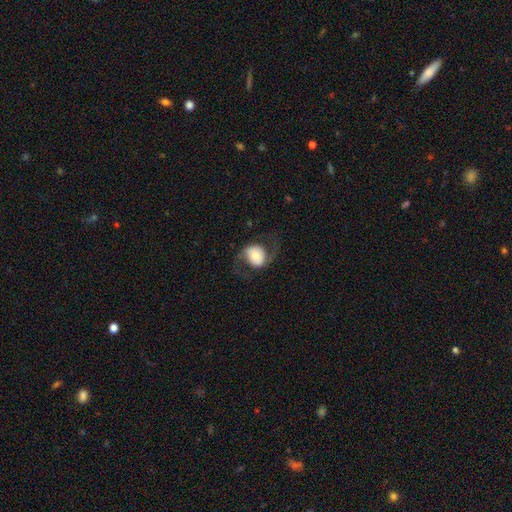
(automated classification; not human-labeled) Smooth or featured? featured or disk (56%)
Edge-on disk? no (95%)
Bar? no (65%)
Spiral arms? yes (79%)
Bulge size? moderate (47%)
Merging? none (65%)